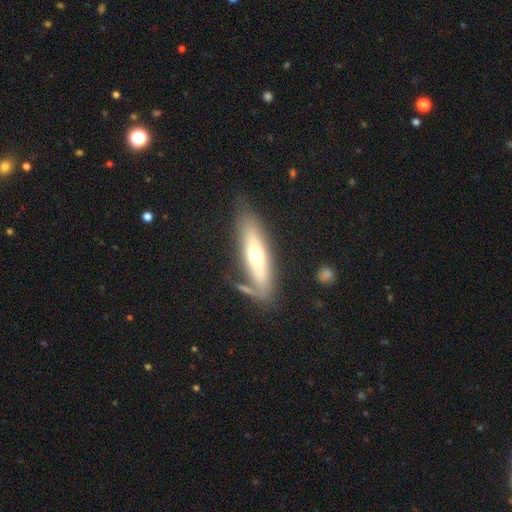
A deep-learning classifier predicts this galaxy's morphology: A smooth galaxy with no disk features (48%).

Vote fractions:
- Smooth or featured? smooth: 48% / featured or disk: 45% / star or artifact: 7%
- Merging? none: 66% / minor disturbance: 16% / merger: 10% / major disturbance: 7%